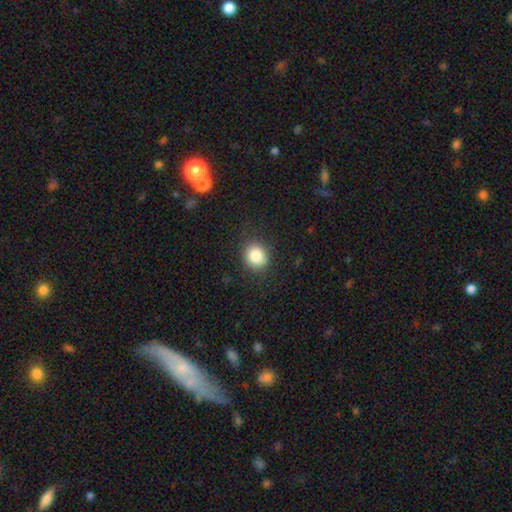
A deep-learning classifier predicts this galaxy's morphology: type=smooth (84%); roundness=round (78%); merging=none (82%).